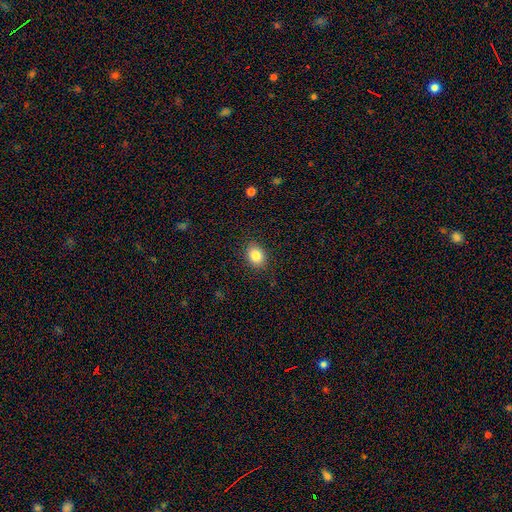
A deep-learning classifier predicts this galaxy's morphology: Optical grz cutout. It shows a smooth galaxy with no disk features (85%) that is in between round and cigar-shaped (59%). Merging: none (88%).